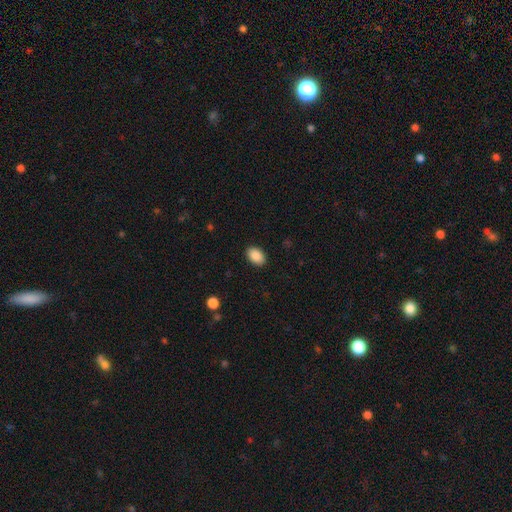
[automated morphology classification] smooth 90%, star or artifact 7%, featured or disk 3%. Down the decision tree: how rounded — in between (86%); merging — none (90%).